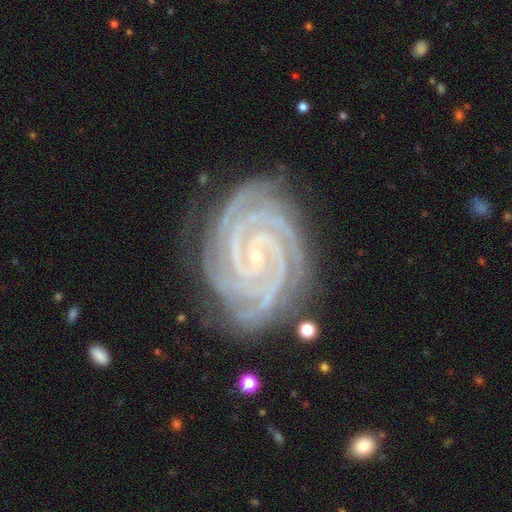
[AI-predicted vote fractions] smooth_or_featured: featured or disk (p=0.94) [alt: star or artifact p=0.04]
disk_edge_on: no (p=0.98) [alt: yes p=0.02]
bar: no (p=0.45) [alt: weak p=0.30]
has_spiral_arms: yes (p=0.99) [alt: no p=0.01]
spiral_winding: tight (p=0.90) [alt: medium p=0.08]
spiral_arm_count: 2 (p=0.26) [alt: 3 p=0.23]
bulge_size: small (p=0.88) [alt: moderate p=0.09]
merging: none (p=0.82) [alt: minor disturbance p=0.13]